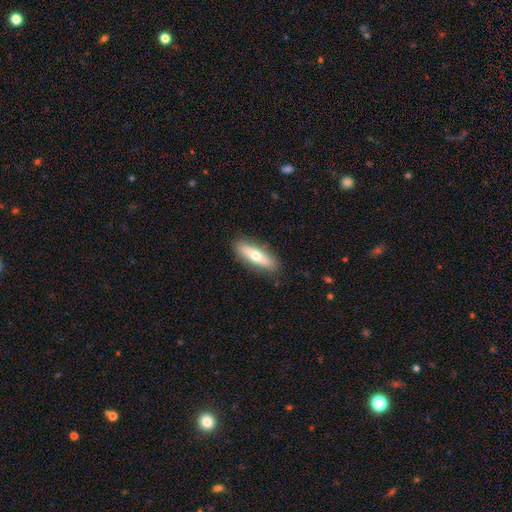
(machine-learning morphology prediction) smooth-or-featured: smooth: 59% | featured or disk: 35% | star or artifact: 6%
  how-rounded: in between: 49% (tied) | cigar-shaped: 49% (tied) | round: 2%
  merging: none: 87% | minor disturbance: 10% | major disturbance: 2% | merger: 1%